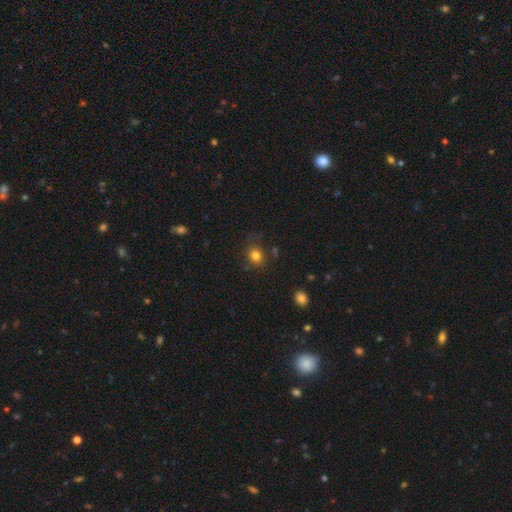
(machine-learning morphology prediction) smooth_or_featured: smooth (p=0.81) [alt: star or artifact p=0.13]
how_rounded: round (p=0.72) [alt: in between p=0.27]
merging: none (p=0.76) [alt: minor disturbance p=0.15]